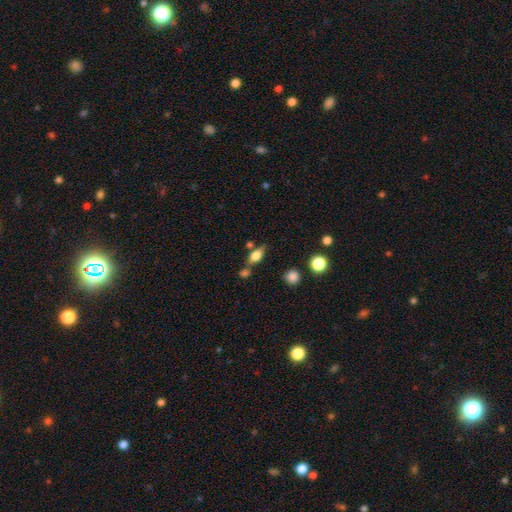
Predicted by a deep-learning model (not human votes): Smooth or featured? smooth (68%)
How rounded? in between (75%)
Merging? none (59%)